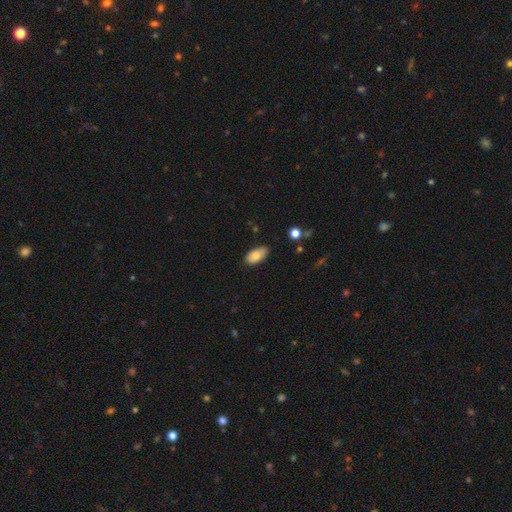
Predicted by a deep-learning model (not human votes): A smooth galaxy with no disk features (79%) that is in between round and cigar-shaped (93%). Merging: none (81%).